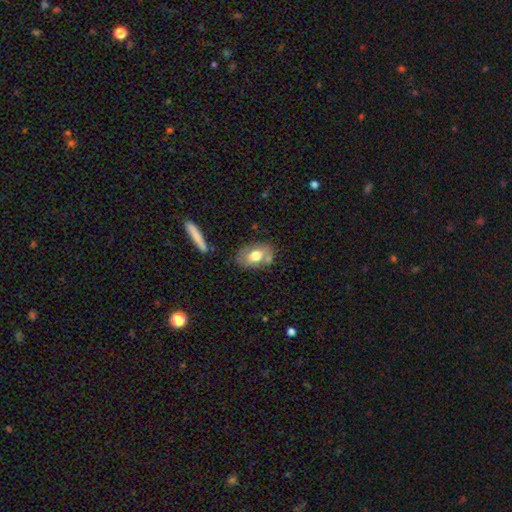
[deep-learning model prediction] Smooth or featured: smooth — 67% (featured or disk — 26%)
How rounded: in between — 85% (round — 14%)
Merging: none — 66% (minor disturbance — 18%)